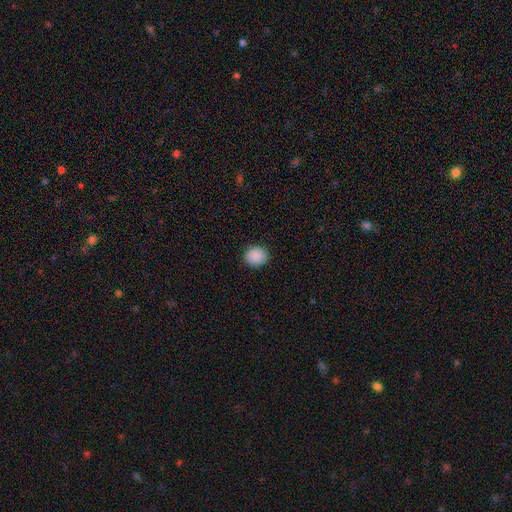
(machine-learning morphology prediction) smooth-or-featured: smooth: 90% | star or artifact: 8% | featured or disk: 3%
  how-rounded: round: 76% | in between: 23% | cigar-shaped: 1%
  merging: none: 89% | minor disturbance: 8% | major disturbance: 2% | merger: 1%